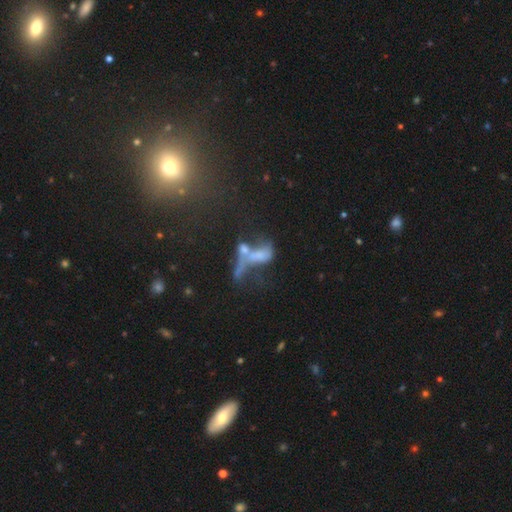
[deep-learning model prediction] smooth-or-featured: featured or disk: 46% | smooth: 34% | star or artifact: 21%
  merging: merger: 53% | major disturbance: 25% | none: 14% | minor disturbance: 8%